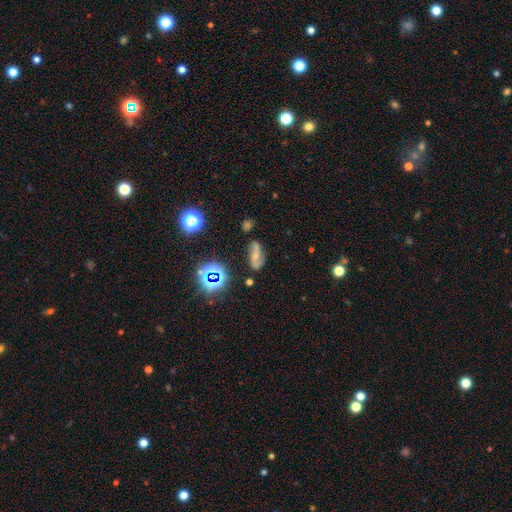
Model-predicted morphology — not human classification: This appears to be a featured or disk galaxy (57%) with no bar (39%), spiral arms (88%) and a small central bulge (44%). Merging: none (70%).